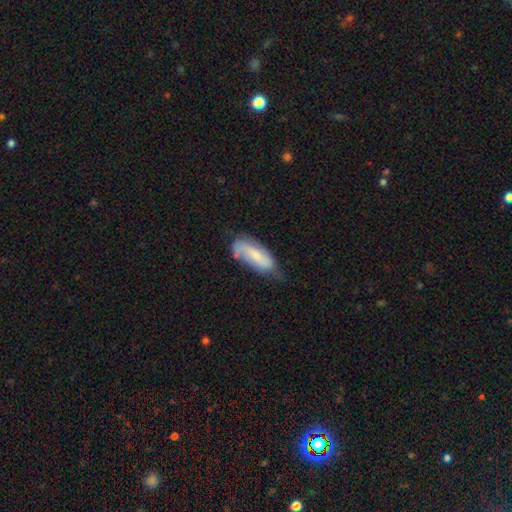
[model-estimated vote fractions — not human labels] smooth-or-featured: smooth: 52% | featured or disk: 41% | star or artifact: 7%
  how-rounded: in between: 77% | cigar-shaped: 21% | round: 2%
  merging: none: 47% | minor disturbance: 38% | major disturbance: 12% | merger: 3%